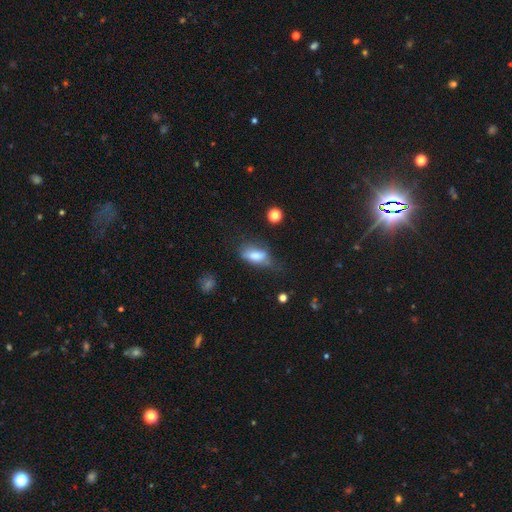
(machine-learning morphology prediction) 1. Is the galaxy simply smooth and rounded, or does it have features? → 69% smooth, 21% featured or disk, 9% star or artifact.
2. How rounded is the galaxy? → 81% in between, 15% cigar-shaped, 4% round.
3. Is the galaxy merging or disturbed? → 41% none, 33% minor disturbance, 23% major disturbance, 4% merger.